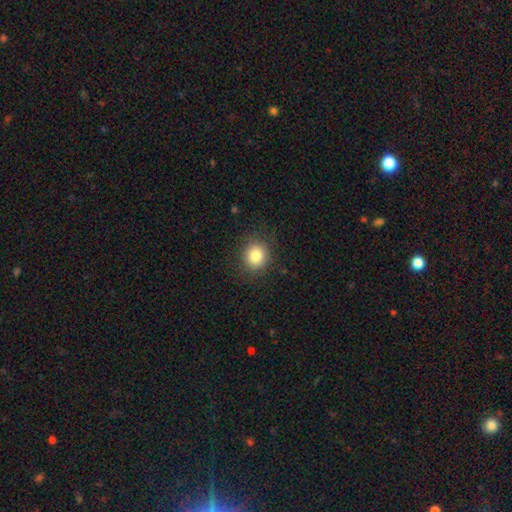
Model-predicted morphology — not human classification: A smooth galaxy with no disk features (83%) that is round (84%). Merging: none (88%).